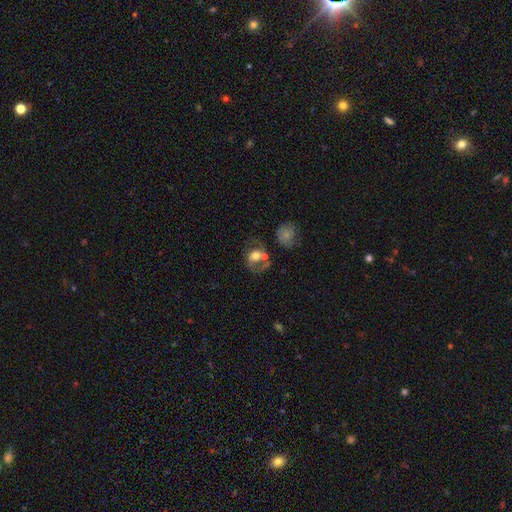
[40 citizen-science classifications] This is likely a featured or disk galaxy (65%). It is clearly not viewed edge-on (96%). Bar: likely no (72%). Spiral arm pattern: clearly yes (80%). Spiral arm count: clearly 2 (95%). Spiral winding: likely medium (70%). Central bulge: possibly moderate (48%). Merging: possibly none (49%).